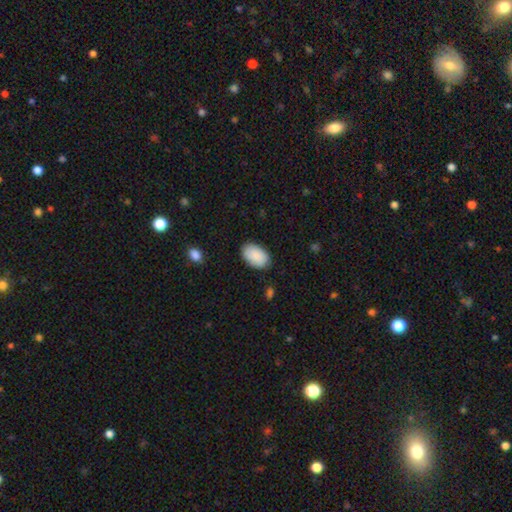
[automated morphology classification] Smooth or featured?
  - smooth: 89% *
  - star or artifact: 6%
  - featured or disk: 5%
How rounded?
  - in between: 92% *
  - round: 7%
  - cigar-shaped: 1%
Merging?
  - none: 85% *
  - minor disturbance: 12%
  - major disturbance: 3%
  - merger: 1%